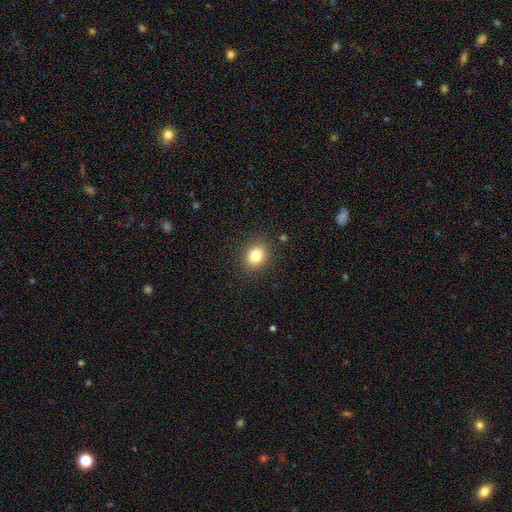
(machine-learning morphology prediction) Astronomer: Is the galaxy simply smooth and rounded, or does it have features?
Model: smooth — 82%.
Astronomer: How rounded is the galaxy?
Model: round — 57% (runner-up: in between, 42%).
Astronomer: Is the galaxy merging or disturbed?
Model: none — 87%.